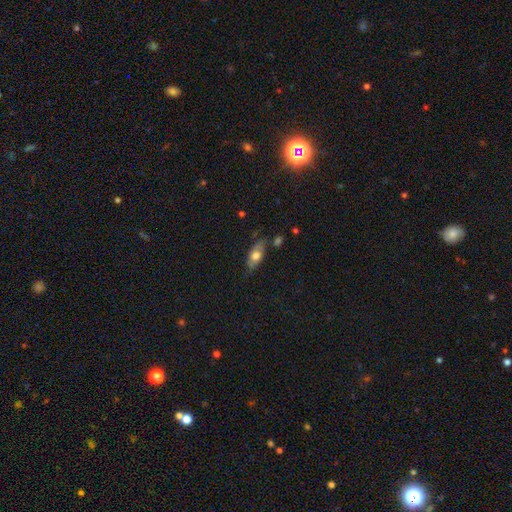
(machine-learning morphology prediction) This appears to be a smooth galaxy with no disk features (62%) that is in between round and cigar-shaped (78%). Merging: none (68%).